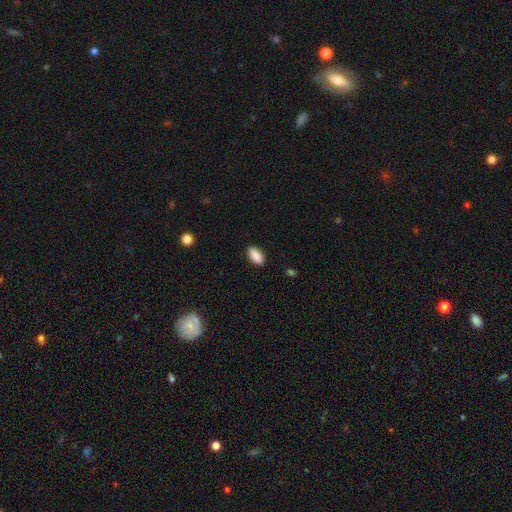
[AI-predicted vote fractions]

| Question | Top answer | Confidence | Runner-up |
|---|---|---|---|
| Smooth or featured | smooth | 89% | star or artifact (7%) |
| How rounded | in between | 88% | cigar-shaped (10%) |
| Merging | none | 89% | minor disturbance (8%) |